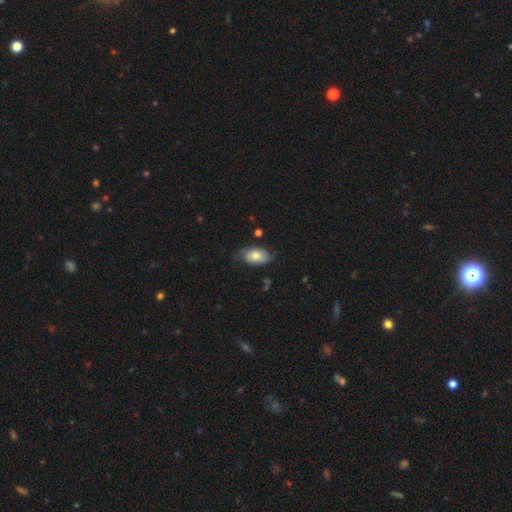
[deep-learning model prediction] smooth_or_featured: smooth (p=0.68) [alt: featured or disk p=0.25]
how_rounded: in between (p=0.91) [alt: round p=0.06]
merging: none (p=0.58) [alt: minor disturbance p=0.31]